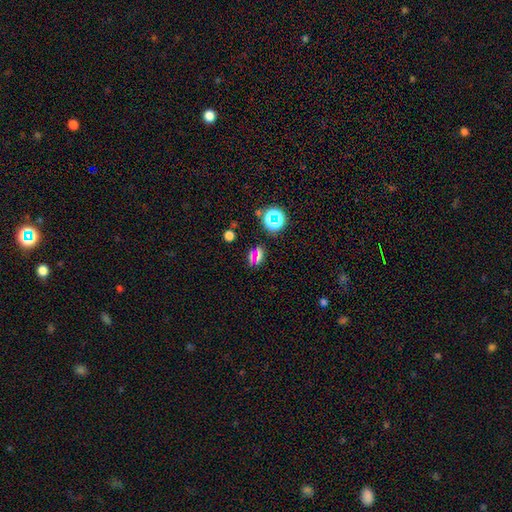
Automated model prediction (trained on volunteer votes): Smooth or featured?
  - smooth: 46% *
  - star or artifact: 42%
  - featured or disk: 12%
Merging?
  - none: 75% *
  - minor disturbance: 13%
  - major disturbance: 6%
  - merger: 6%